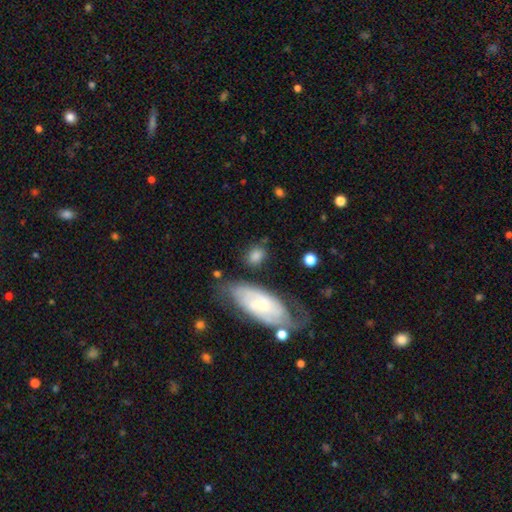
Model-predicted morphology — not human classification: The model was most divided on "how rounded": in between: 55%, round: 39%, cigar-shaped: 5%. More confident: smooth or featured — smooth (68%); merging — none (68%).